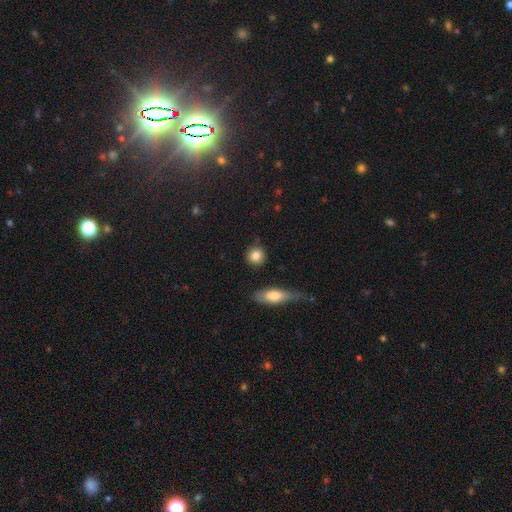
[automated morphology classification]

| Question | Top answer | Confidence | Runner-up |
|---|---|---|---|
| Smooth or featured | smooth | 84% | star or artifact (8%) |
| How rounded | round | 86% | in between (11%) |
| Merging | none | 83% | minor disturbance (11%) |